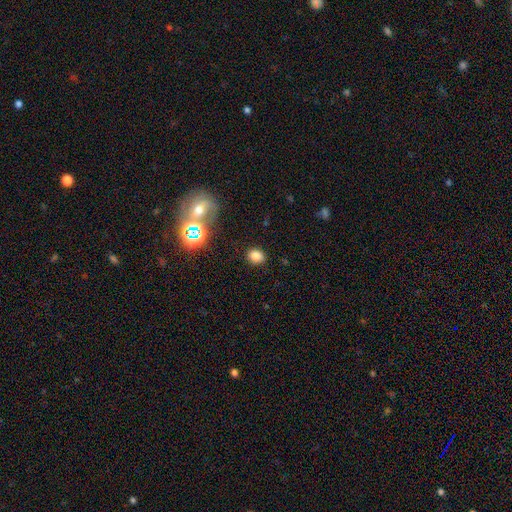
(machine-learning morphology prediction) smooth_or_featured: smooth (p=0.79) [alt: star or artifact p=0.14]
how_rounded: round (p=0.54) [alt: in between p=0.45]
merging: none (p=0.85) [alt: minor disturbance p=0.10]